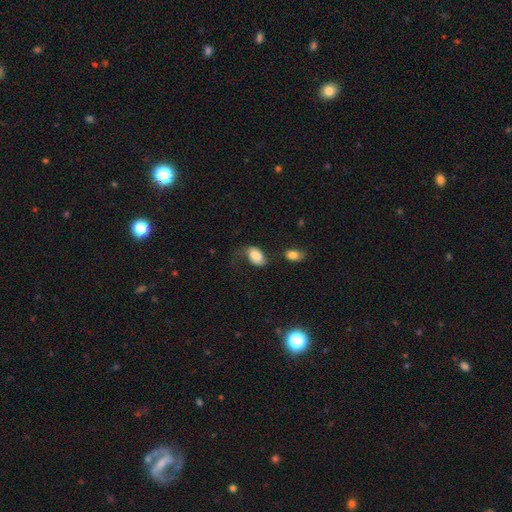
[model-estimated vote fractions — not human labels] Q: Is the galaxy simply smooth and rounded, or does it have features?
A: smooth — 74%.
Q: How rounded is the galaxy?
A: in between — 91%.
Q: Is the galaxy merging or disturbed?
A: none — 37%.